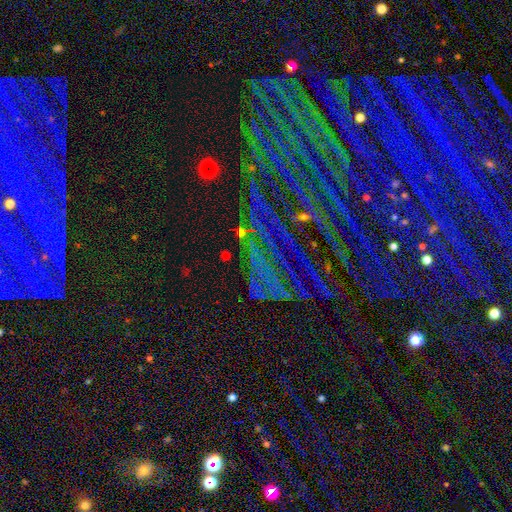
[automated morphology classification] The model was most divided on "smooth or featured": star or artifact: 85%, featured or disk: 8%, smooth: 7%.